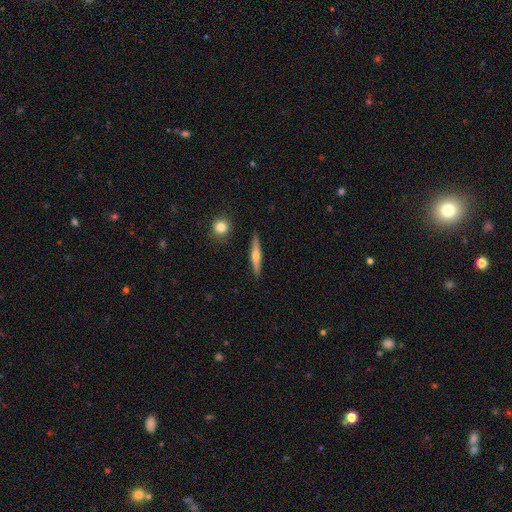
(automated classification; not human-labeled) This appears to be a featured or disk galaxy (52%) viewed edge-on (96%). Merging: none (89%).